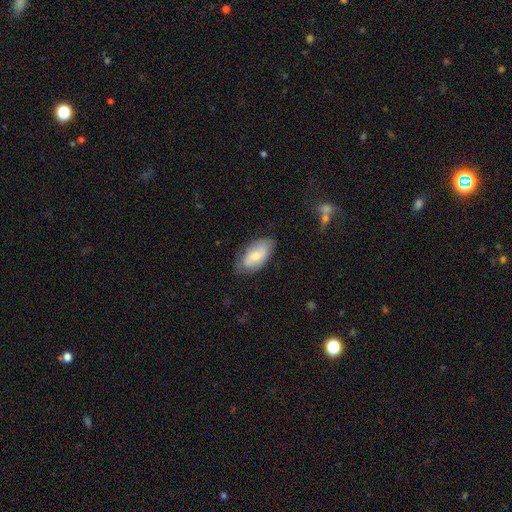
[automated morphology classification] This is likely a smooth galaxy (66%). How rounded: clearly in between (93%). Merging: likely none (74%).